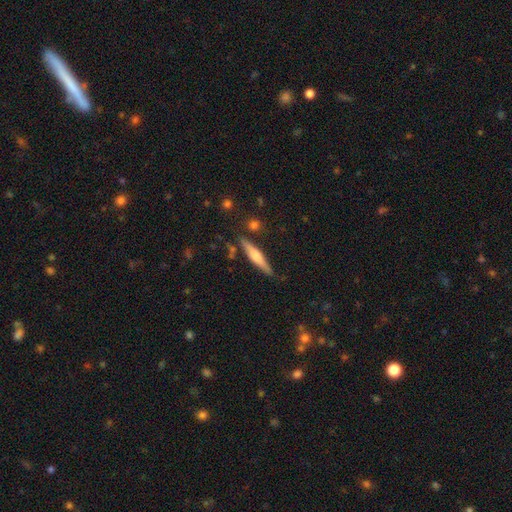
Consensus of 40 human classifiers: A smooth galaxy with no disk features (50%) that is cigar-shaped (95%).

Vote fractions:
- Smooth or featured? smooth: 50% / featured or disk: 42% / star or artifact: 8%
- How rounded? cigar-shaped: 95% / round: 5% / in between: 0%
- Merging? none: 86% / major disturbance: 5% / merger: 5% / minor disturbance: 3%